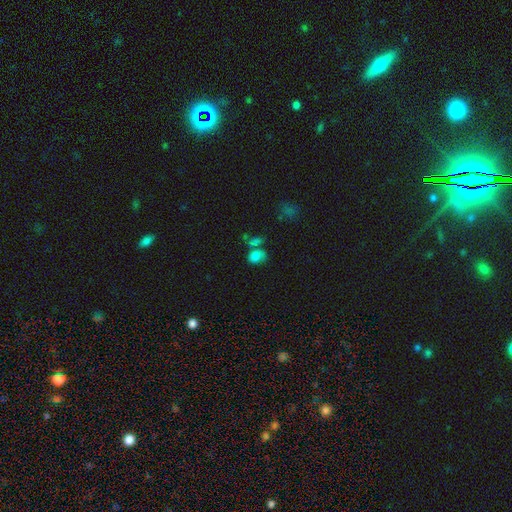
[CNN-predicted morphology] Smooth or featured? smooth (74%)
How rounded? in between (66%)
Merging? none (40%)